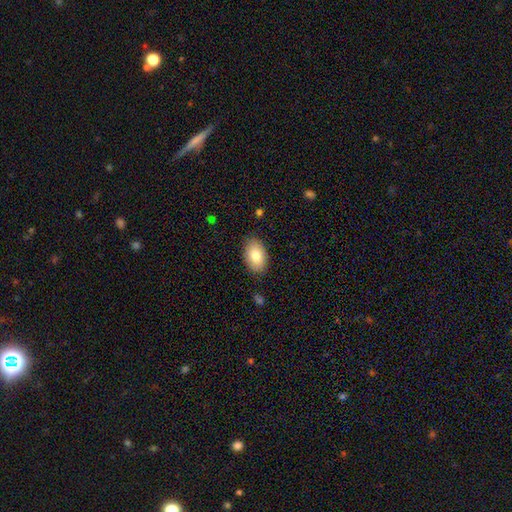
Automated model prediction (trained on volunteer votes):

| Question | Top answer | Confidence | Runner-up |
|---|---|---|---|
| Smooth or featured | smooth | 82% | featured or disk (11%) |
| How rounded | in between | 91% | round (7%) |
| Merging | none | 86% | minor disturbance (11%) |